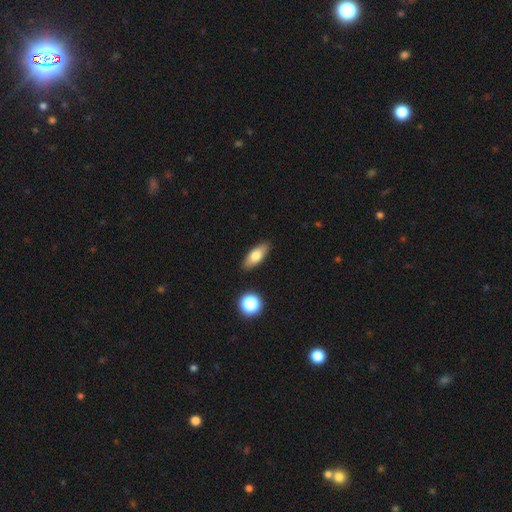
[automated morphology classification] smooth 72%, featured or disk 20%, star or artifact 8%. Down the decision tree: how rounded — in between (74%); merging — none (87%).